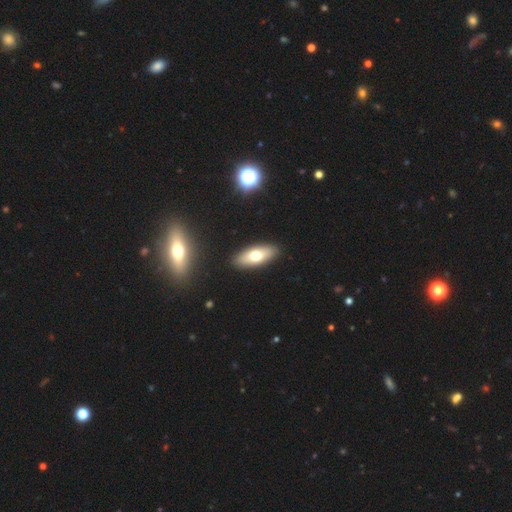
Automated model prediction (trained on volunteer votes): The model was most divided on "smooth or featured": smooth: 67%, featured or disk: 26%, star or artifact: 8%. More confident: merging — none (90%); how rounded — in between (77%).